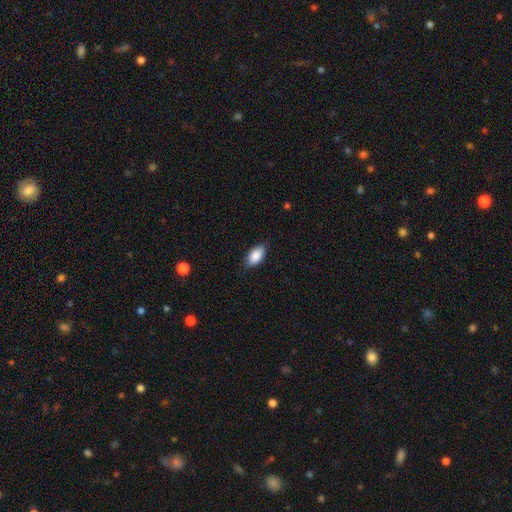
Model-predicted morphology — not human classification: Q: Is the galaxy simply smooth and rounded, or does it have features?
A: smooth — 85%.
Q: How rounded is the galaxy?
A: in between — 91%.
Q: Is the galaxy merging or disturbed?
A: none — 80%.